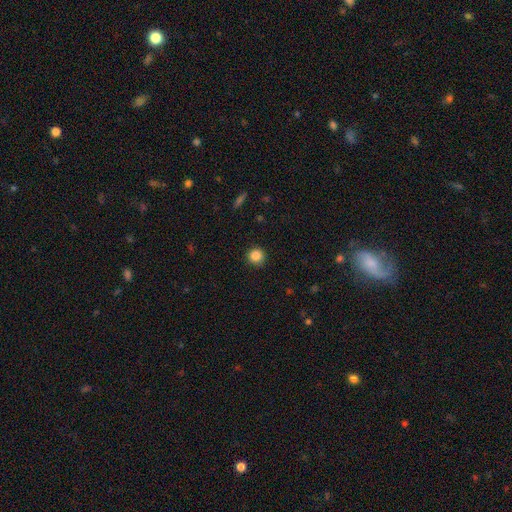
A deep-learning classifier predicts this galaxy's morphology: smooth 86%, star or artifact 10%, featured or disk 4%. Down the decision tree: how rounded — round (94%); merging — none (91%).